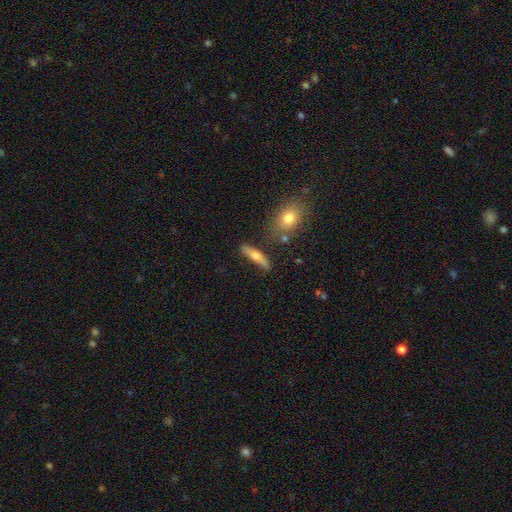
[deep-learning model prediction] Q: Smooth or featured?
A: smooth (57%); runner-up: featured or disk (35%)
Q: How rounded?
A: cigar-shaped (78%); runner-up: in between (18%)
Q: Merging?
A: none (72%); runner-up: minor disturbance (16%)